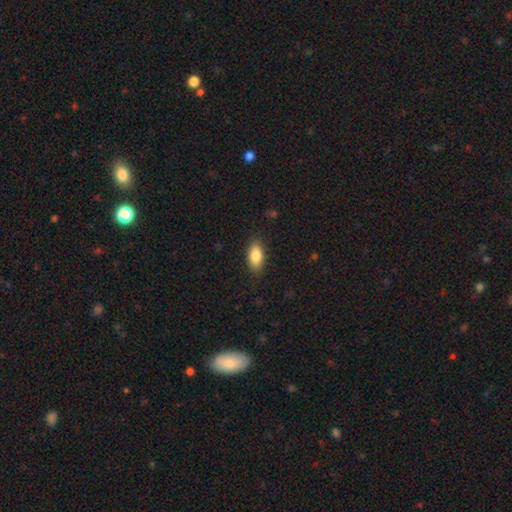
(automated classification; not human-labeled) Smooth or featured? smooth (85%)
How rounded? in between (90%)
Merging? none (86%)